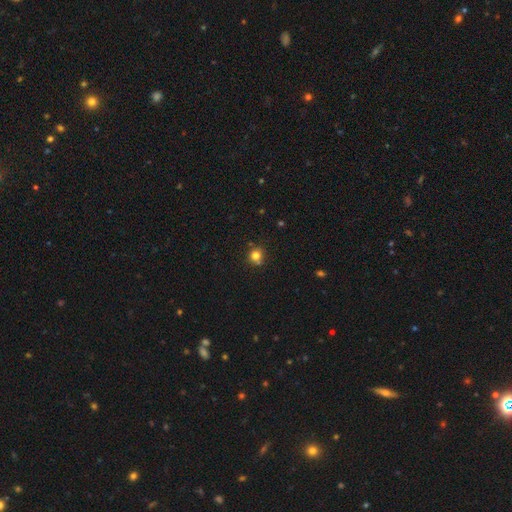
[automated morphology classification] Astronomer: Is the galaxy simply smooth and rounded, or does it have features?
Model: smooth — 78%.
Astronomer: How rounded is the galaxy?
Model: round — 89%.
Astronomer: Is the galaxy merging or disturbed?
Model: none — 76%.